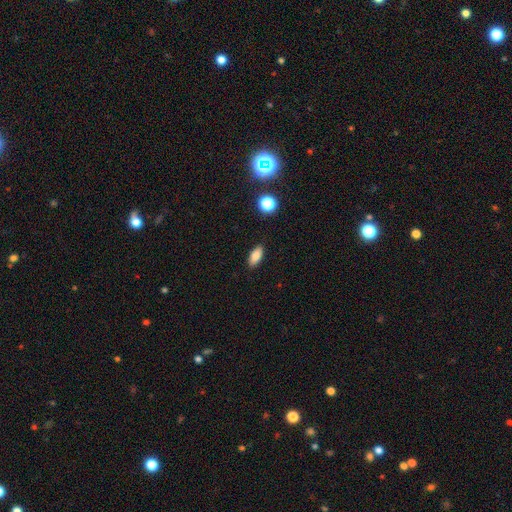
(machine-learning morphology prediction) Smooth or featured? Predicted: smooth (p=0.83). How rounded? Predicted: in between (p=0.86). Merging? Predicted: none (p=0.88).